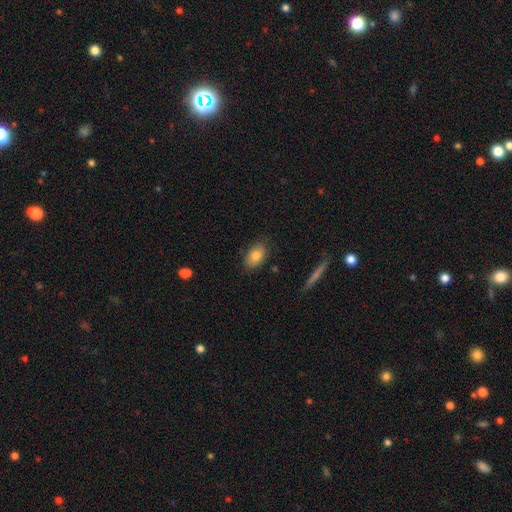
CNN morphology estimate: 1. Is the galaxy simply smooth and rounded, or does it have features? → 82% smooth, 11% featured or disk, 7% star or artifact.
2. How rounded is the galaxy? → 90% in between, 8% round, 2% cigar-shaped.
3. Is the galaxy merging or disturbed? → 83% none, 13% minor disturbance, 3% major disturbance, 2% merger.